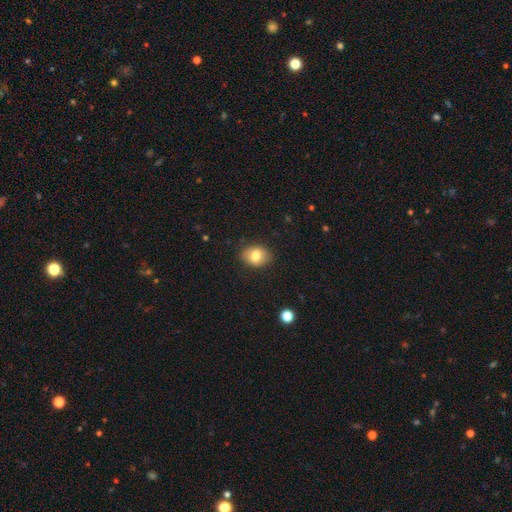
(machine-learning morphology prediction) smooth 79%, featured or disk 12%, star or artifact 9%. Down the decision tree: how rounded — in between (57%); merging — none (86%).